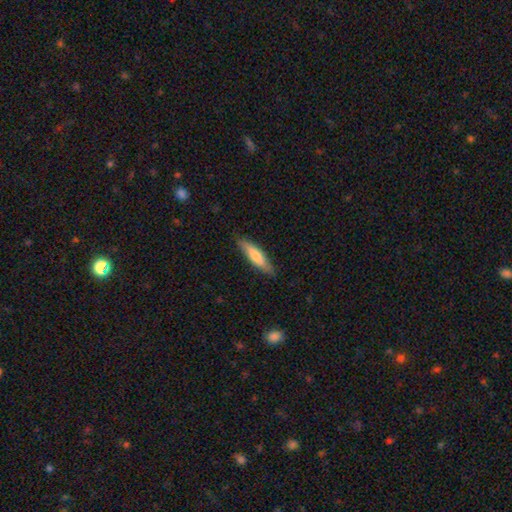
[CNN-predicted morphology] smooth_or_featured: smooth (p=0.65) [alt: featured or disk p=0.30]
how_rounded: cigar-shaped (p=0.78) [alt: in between p=0.20]
merging: none (p=0.86) [alt: minor disturbance p=0.11]